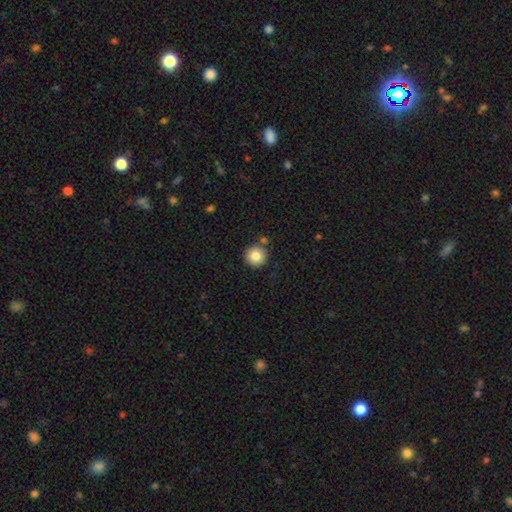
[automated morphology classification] Smooth or featured? Predicted: smooth (p=0.84). How rounded? Predicted: round (p=0.96). Merging? Predicted: none (p=0.84).